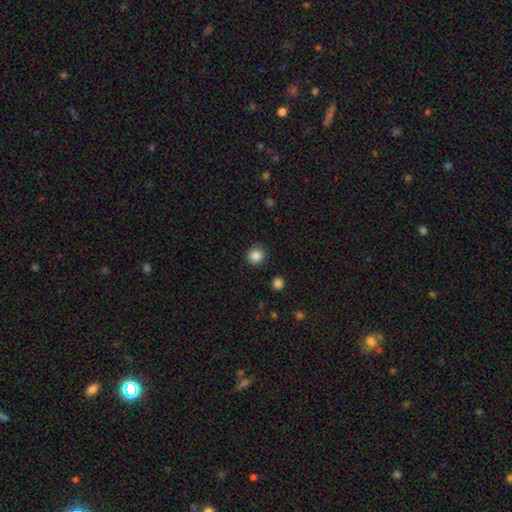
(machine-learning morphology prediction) Smooth or featured?
  - smooth: 87% *
  - star or artifact: 10%
  - featured or disk: 3%
How rounded?
  - round: 92% *
  - in between: 7%
  - cigar-shaped: 1%
Merging?
  - none: 90% *
  - minor disturbance: 6%
  - major disturbance: 2%
  - merger: 1%